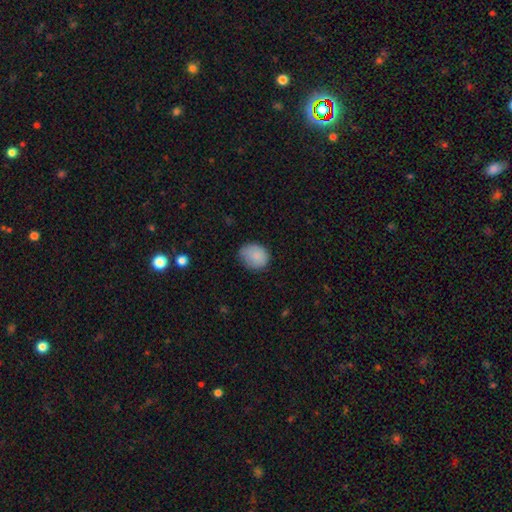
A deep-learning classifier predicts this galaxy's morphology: Smooth or featured: smooth — 85% (star or artifact — 8%)
How rounded: round — 60% (in between — 39%)
Merging: none — 66% (minor disturbance — 27%)